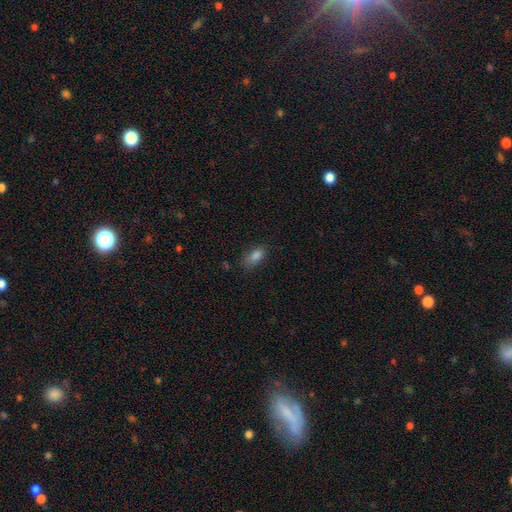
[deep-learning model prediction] smooth_or_featured: smooth (p=0.83) [alt: star or artifact p=0.11]
how_rounded: in between (p=0.84) [alt: cigar-shaped p=0.10]
merging: none (p=0.66) [alt: minor disturbance p=0.24]